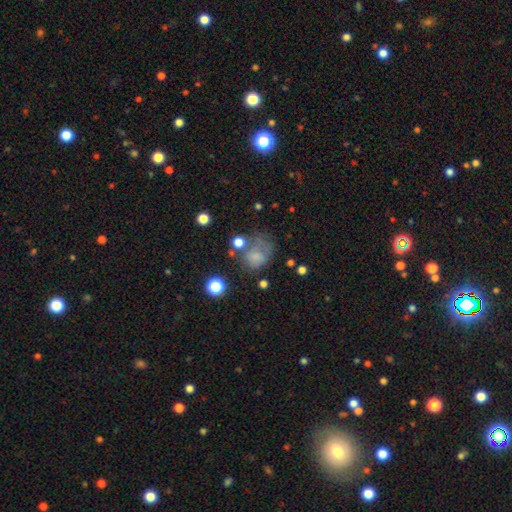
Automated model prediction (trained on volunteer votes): Overall: smooth (62%). How rounded: round (59%; in between 40%). Merging: none (38%; major disturbance 28%).